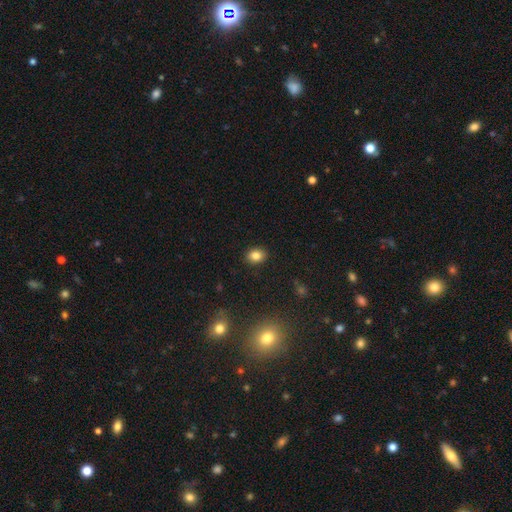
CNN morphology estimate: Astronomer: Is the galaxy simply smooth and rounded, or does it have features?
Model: smooth — 82%.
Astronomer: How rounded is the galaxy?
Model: in between — 52% (runner-up: round, 47%).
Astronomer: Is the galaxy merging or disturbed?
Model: none — 89%.